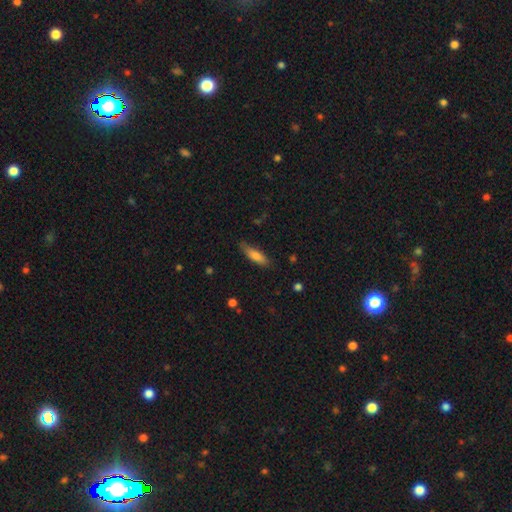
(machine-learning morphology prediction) Q: Smooth or featured?
A: smooth (77%); runner-up: featured or disk (17%)
Q: How rounded?
A: cigar-shaped (55%); runner-up: in between (44%)
Q: Merging?
A: none (78%); runner-up: minor disturbance (17%)